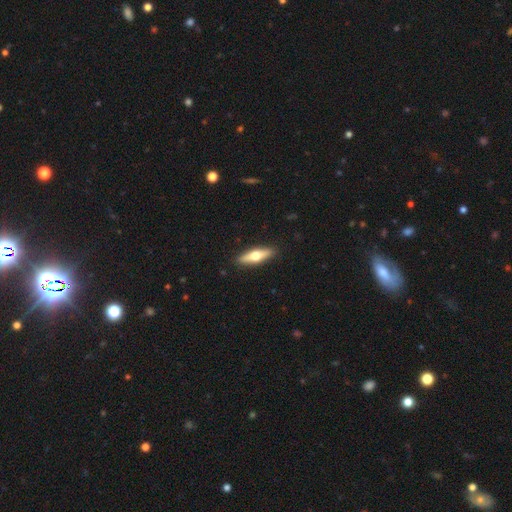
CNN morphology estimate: This is possibly a smooth galaxy (48%). Merging: clearly none (90%).